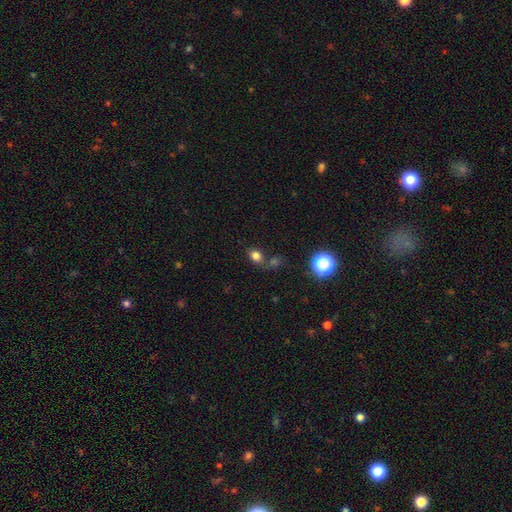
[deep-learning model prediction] This appears to be a smooth galaxy with no disk features (77%) that is in between round and cigar-shaped (62%). Merging: none (56%).